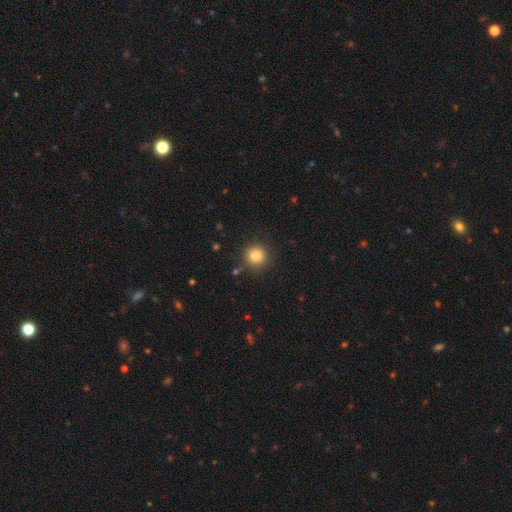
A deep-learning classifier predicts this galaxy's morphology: Smooth or featured: smooth — 83% (star or artifact — 11%)
How rounded: round — 92% (in between — 7%)
Merging: none — 87% (minor disturbance — 8%)